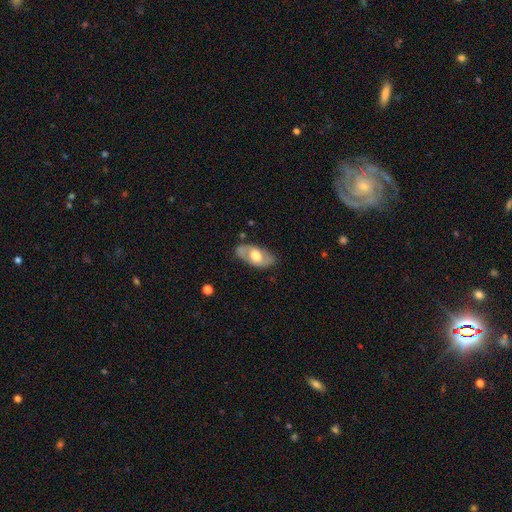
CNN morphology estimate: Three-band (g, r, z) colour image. It shows a featured or disk galaxy (48%). Merging: none (77%).